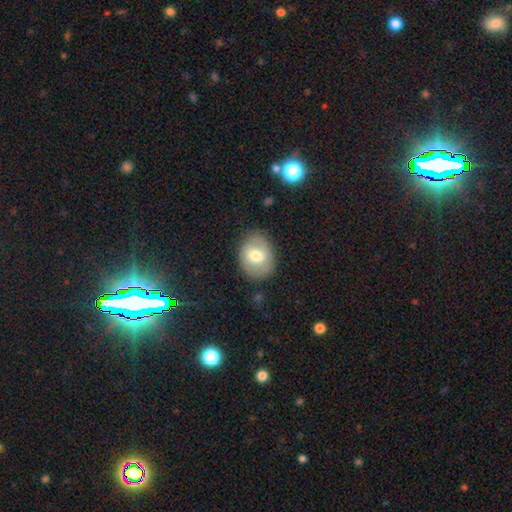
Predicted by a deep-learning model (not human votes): A smooth galaxy with no disk features (62%) that is in between round and cigar-shaped (59%). Merging: none (81%).